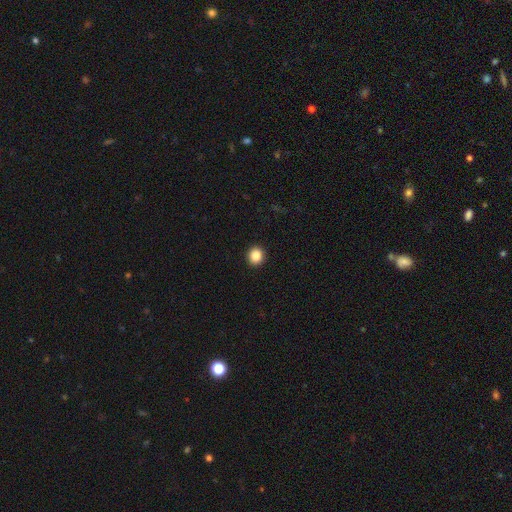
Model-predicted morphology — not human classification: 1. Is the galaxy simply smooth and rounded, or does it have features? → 86% smooth, 10% star or artifact, 4% featured or disk.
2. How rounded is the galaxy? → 88% round, 11% in between, 1% cigar-shaped.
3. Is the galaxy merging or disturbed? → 93% none, 4% minor disturbance, 1% major disturbance, 1% merger.